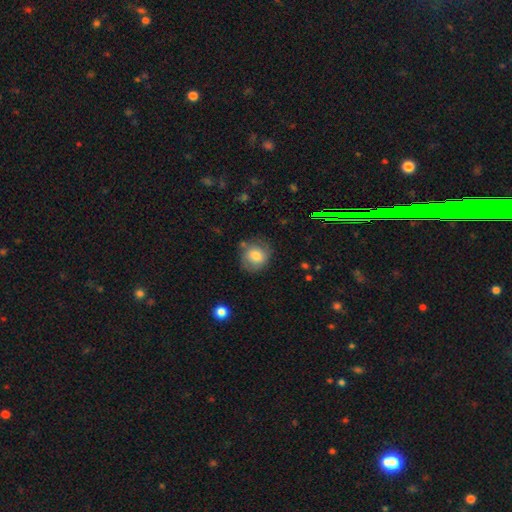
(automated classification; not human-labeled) This appears to be a smooth galaxy with no disk features (73%) that is round (77%). Merging: none (71%).